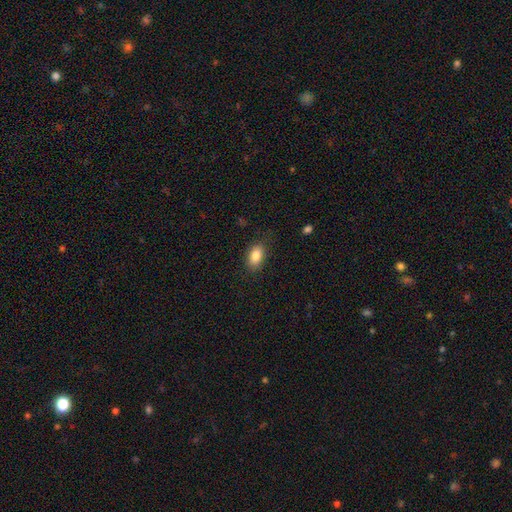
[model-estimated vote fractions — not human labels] A smooth galaxy with no disk features (85%) that is in between round and cigar-shaped (88%). Merging: none (82%).